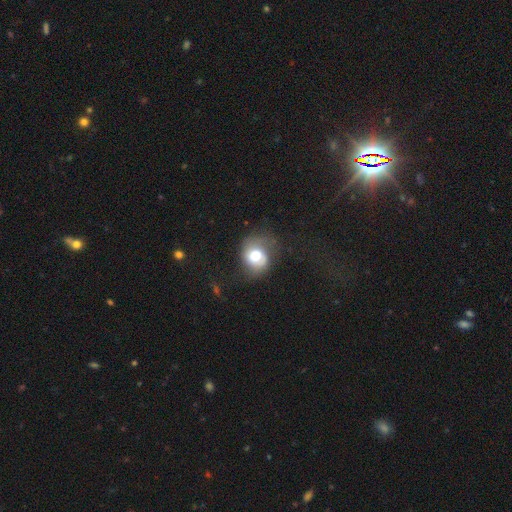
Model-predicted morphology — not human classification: This appears to be a smooth galaxy with no disk features (56%) that is round (64%). Merging: none (49%).